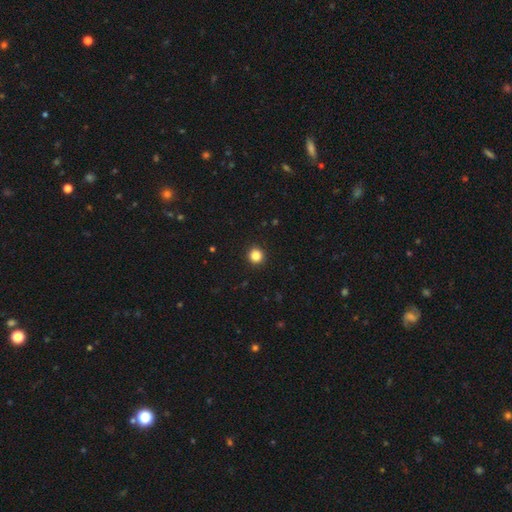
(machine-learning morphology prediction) type=smooth (85%); roundness=round (93%); merging=none (93%).